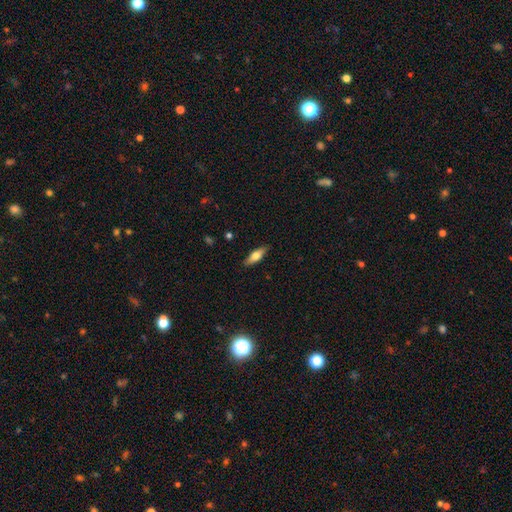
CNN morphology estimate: This is likely a smooth galaxy (61%). How rounded: possibly in between (55%). Merging: clearly none (87%).